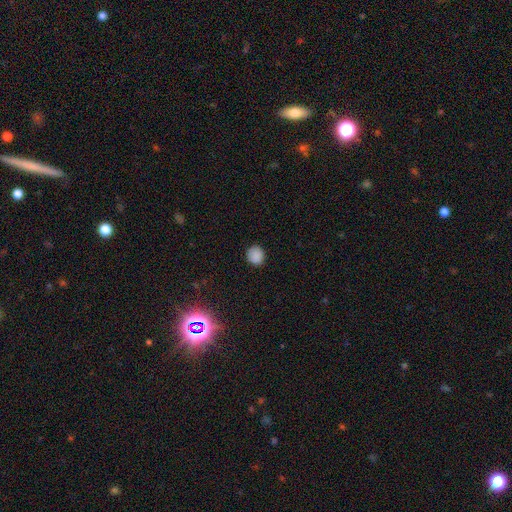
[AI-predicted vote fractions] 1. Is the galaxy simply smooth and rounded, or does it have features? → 85% smooth, 12% star or artifact, 3% featured or disk.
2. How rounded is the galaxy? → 86% round, 13% in between, 1% cigar-shaped.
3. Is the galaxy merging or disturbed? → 88% none, 9% minor disturbance, 2% major disturbance, 1% merger.